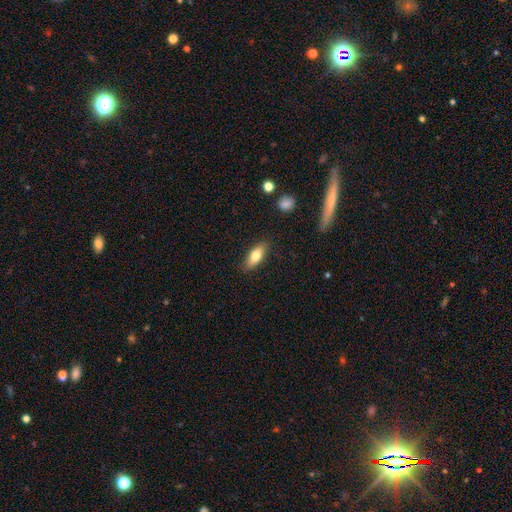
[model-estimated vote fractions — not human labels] smooth 74%, featured or disk 19%, star or artifact 7%. Down the decision tree: how rounded — in between (75%); merging — none (84%).